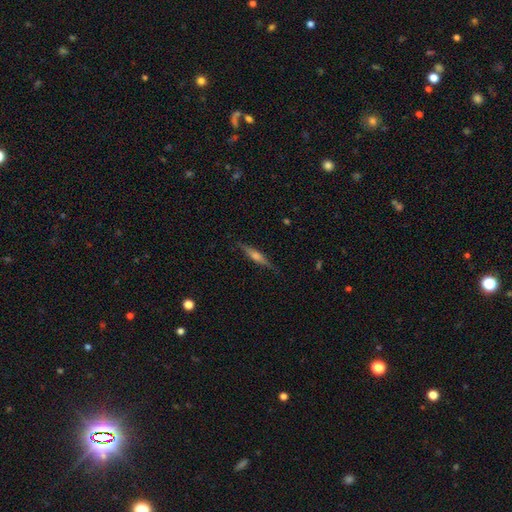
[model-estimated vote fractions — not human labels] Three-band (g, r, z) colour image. It shows a featured or disk galaxy (69%) viewed edge-on (97%) with a rounded central bulge (81%). Merging: none (88%).